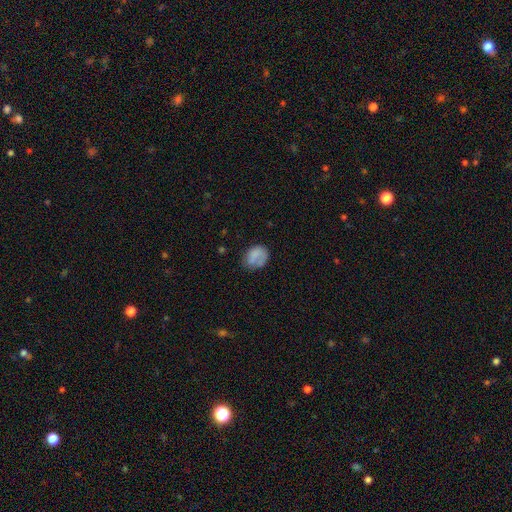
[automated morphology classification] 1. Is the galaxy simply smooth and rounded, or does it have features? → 74% smooth, 18% featured or disk, 9% star or artifact.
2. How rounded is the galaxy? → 53% in between, 46% round, 1% cigar-shaped.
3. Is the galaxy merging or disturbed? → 55% none, 26% minor disturbance, 15% major disturbance, 3% merger.